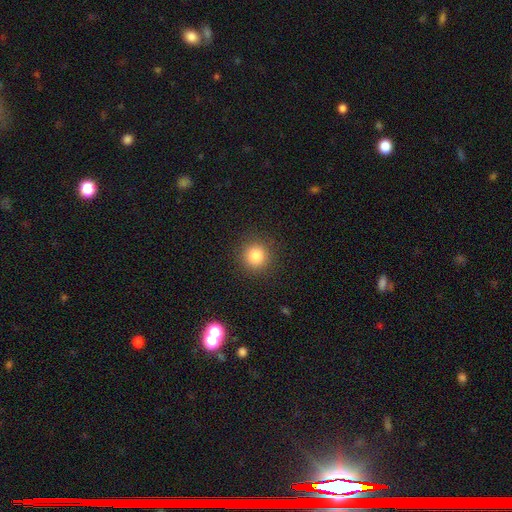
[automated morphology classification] smooth 84%, star or artifact 11%, featured or disk 5%. Down the decision tree: how rounded — round (93%); merging — none (91%).